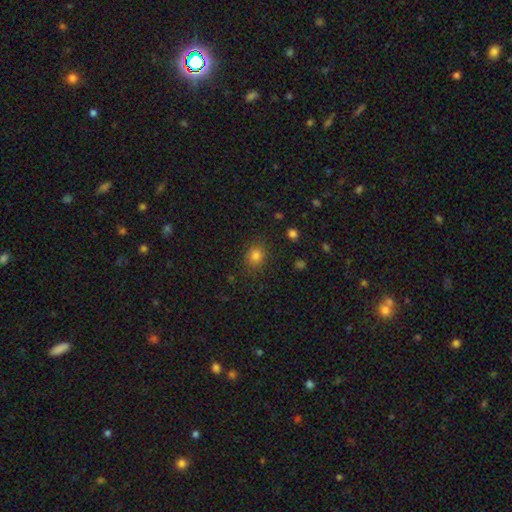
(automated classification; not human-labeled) A smooth galaxy with no disk features (81%) that is round (74%).

Vote fractions:
- Smooth or featured? smooth: 81% / star or artifact: 14% / featured or disk: 6%
- How rounded? round: 74% / in between: 25% / cigar-shaped: 1%
- Merging? none: 85% / minor disturbance: 10% / major disturbance: 3% / merger: 1%